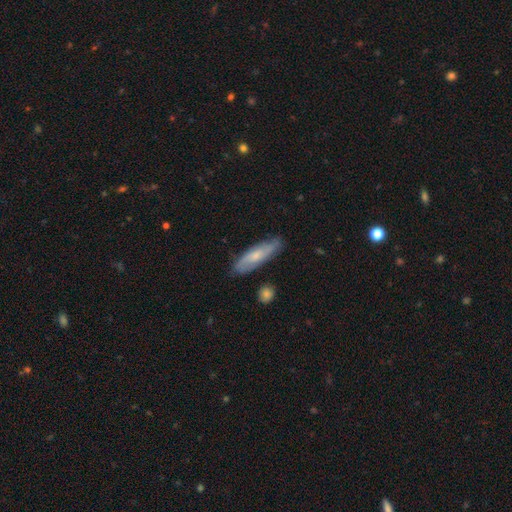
Q: Smooth or featured?
A: featured or disk (67%); runner-up: smooth (31%)
Q: Edge-on disk?
A: no (77%); runner-up: yes (23%)
Q: Bar?
A: no (85%); runner-up: weak (15%)
Q: Spiral arms?
A: yes (90%); runner-up: no (10%)
Q: Spiral winding?
A: tight (56%); runner-up: medium (28%)
Q: Spiral arm count?
A: 2 (78%); runner-up: can't tell (22%)
Q: Bulge size?
A: small (55%); runner-up: moderate (40%)
Q: Merging?
A: none (92%); runner-up: minor disturbance (5%)